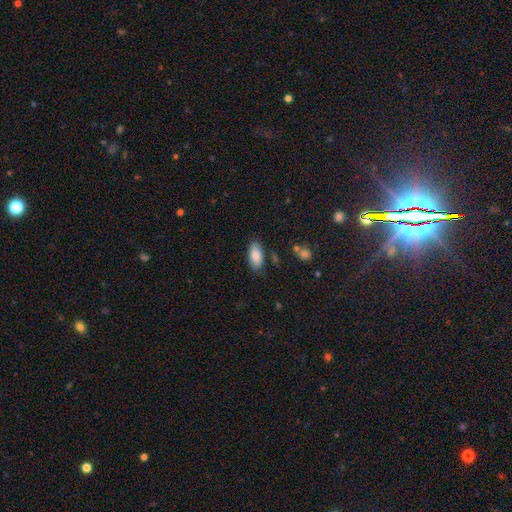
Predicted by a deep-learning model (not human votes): Q: Smooth or featured?
A: smooth (85%); runner-up: featured or disk (8%)
Q: How rounded?
A: in between (90%); runner-up: cigar-shaped (8%)
Q: Merging?
A: none (81%); runner-up: minor disturbance (14%)